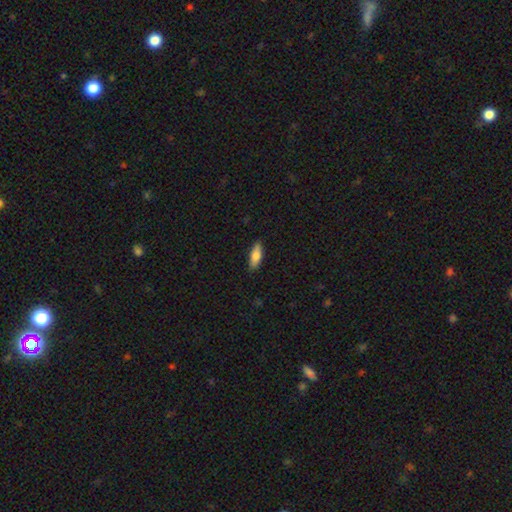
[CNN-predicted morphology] Overall: smooth (79%). How rounded: in between (64%; cigar-shaped 33%). Merging: none (86%).